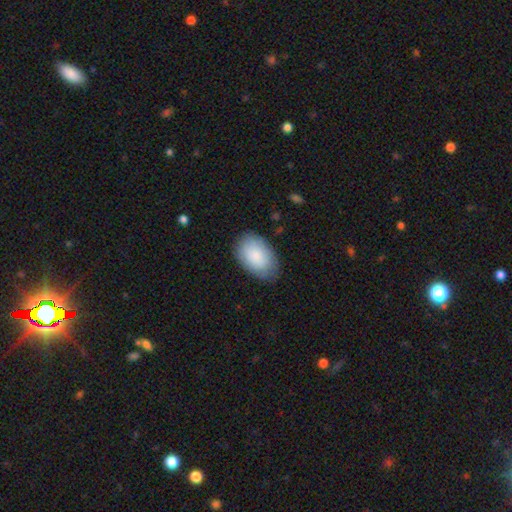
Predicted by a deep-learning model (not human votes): A smooth galaxy with no disk features (84%) that is in between round and cigar-shaped (91%). Merging: none (77%).